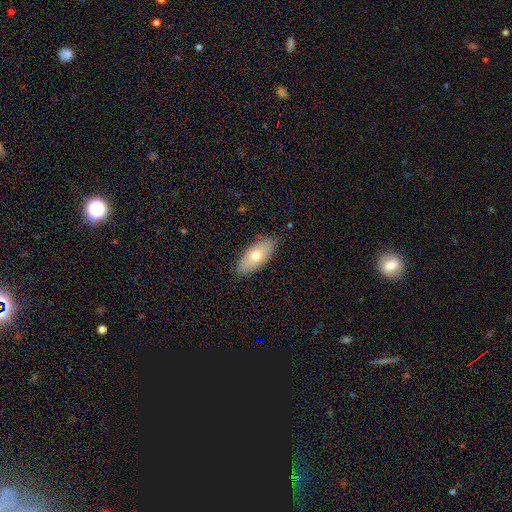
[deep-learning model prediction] Smooth or featured?
  - smooth: 68% *
  - featured or disk: 25%
  - star or artifact: 6%
How rounded?
  - in between: 87% *
  - cigar-shaped: 10%
  - round: 3%
Merging?
  - none: 86% *
  - minor disturbance: 11%
  - major disturbance: 2%
  - merger: 1%